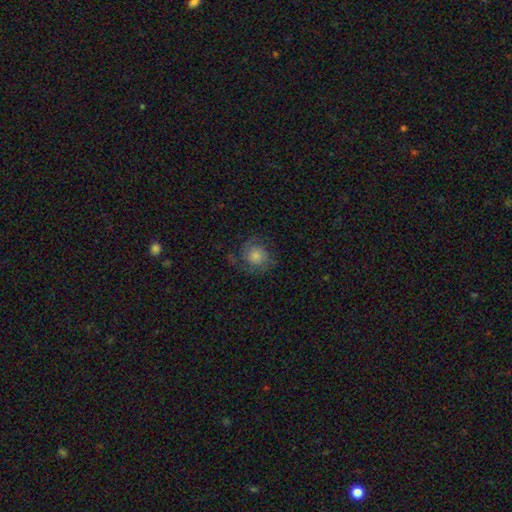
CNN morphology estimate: A featured or disk galaxy (53%) with no bar (80%), spiral arms (89%) and a moderate central bulge (41%).

Vote fractions:
- Smooth or featured? featured or disk: 53% / smooth: 35% / star or artifact: 12%
- Edge-on disk? no: 97% / yes: 3%
- Bar? no: 80% / weak: 18% / strong: 3%
- Spiral arms? yes: 89% / no: 11%
- Bulge size? moderate: 41% / small: 37% / large: 13% / none: 6% / dominant: 3%
- Merging? none: 72% / minor disturbance: 16% / major disturbance: 11% / merger: 1%